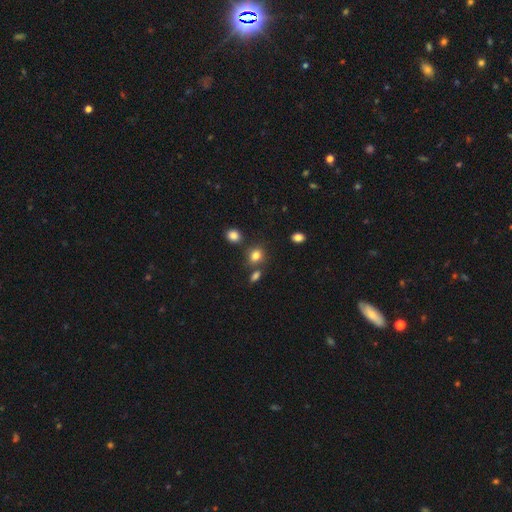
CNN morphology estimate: This is clearly a smooth galaxy (81%). How rounded: likely round (63%). Merging: likely none (70%).